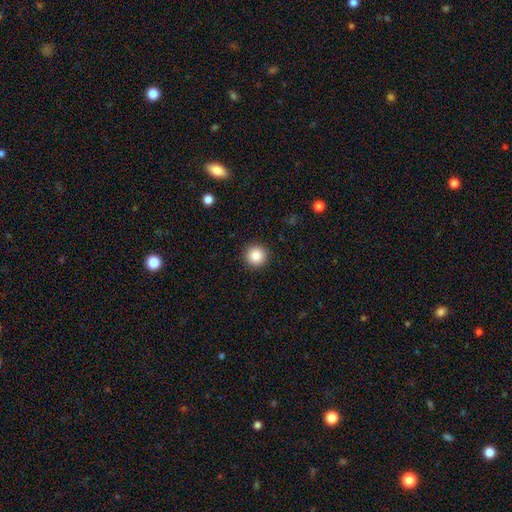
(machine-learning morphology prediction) Smooth or featured: smooth — 86% (star or artifact — 10%)
How rounded: round — 96% (in between — 3%)
Merging: none — 93% (minor disturbance — 5%)